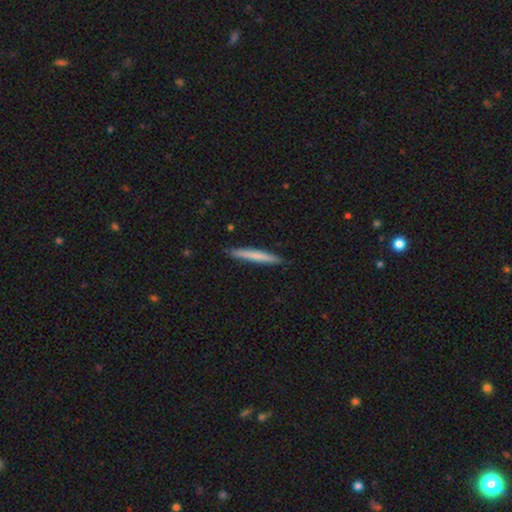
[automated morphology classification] A smooth galaxy with no disk features (70%) that is cigar-shaped (96%). Merging: none (90%).